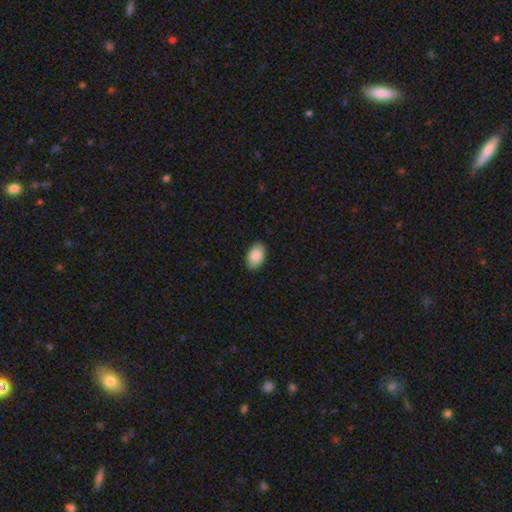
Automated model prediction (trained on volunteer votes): Overall: smooth (89%). How rounded: in between (92%). Merging: none (88%).